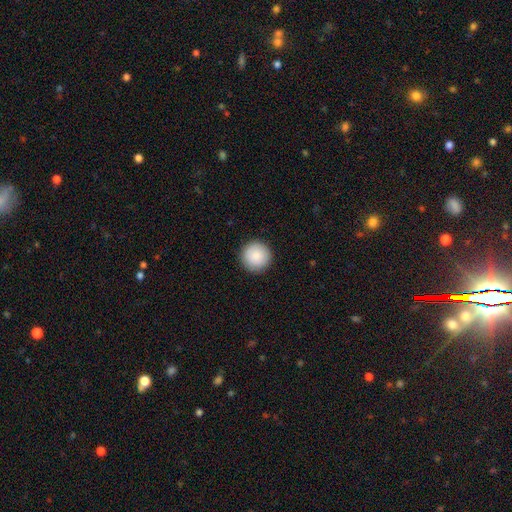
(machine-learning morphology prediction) Q: Smooth or featured?
A: smooth (88%); runner-up: star or artifact (7%)
Q: How rounded?
A: round (96%); runner-up: in between (3%)
Q: Merging?
A: none (92%); runner-up: minor disturbance (5%)